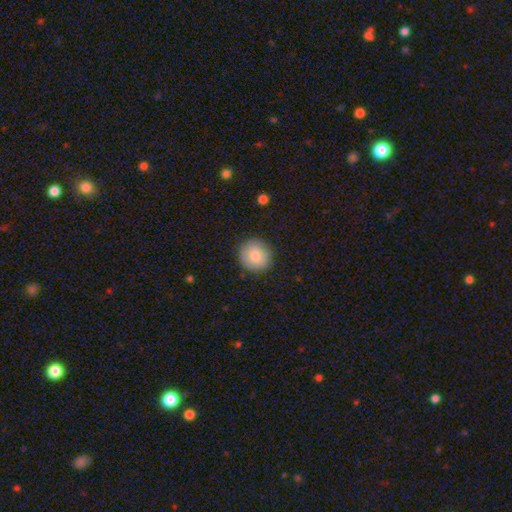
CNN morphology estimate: smooth 83%, featured or disk 10%, star or artifact 8%. Down the decision tree: how rounded — round (93%); merging — none (89%).